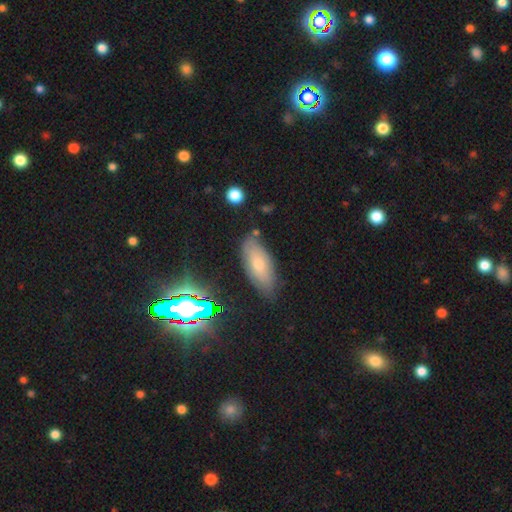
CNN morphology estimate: Smooth or featured?
  - smooth: 62% *
  - featured or disk: 25%
  - star or artifact: 13%
How rounded?
  - in between: 81% *
  - cigar-shaped: 16%
  - round: 3%
Merging?
  - none: 76% *
  - minor disturbance: 17%
  - major disturbance: 4%
  - merger: 3%